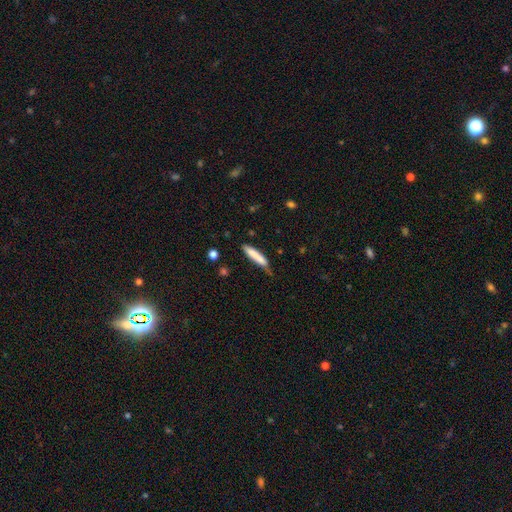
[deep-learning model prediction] This is likely a smooth galaxy (78%). How rounded: clearly cigar-shaped (89%). Merging: likely none (62%).